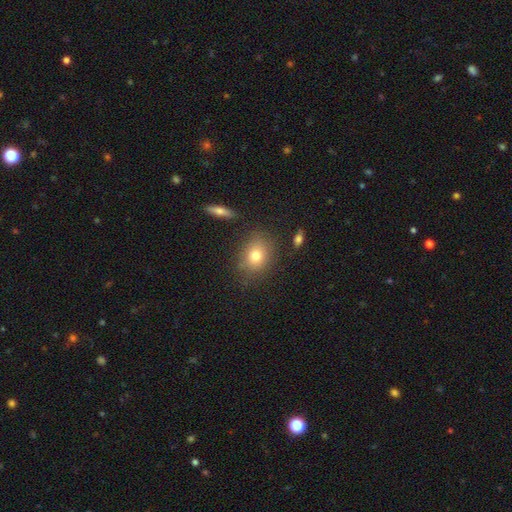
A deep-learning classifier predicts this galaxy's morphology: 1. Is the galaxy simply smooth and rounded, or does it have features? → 76% smooth, 13% featured or disk, 11% star or artifact.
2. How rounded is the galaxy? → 50% in between, 48% round, 2% cigar-shaped.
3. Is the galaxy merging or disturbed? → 78% none, 14% minor disturbance, 4% major disturbance, 4% merger.